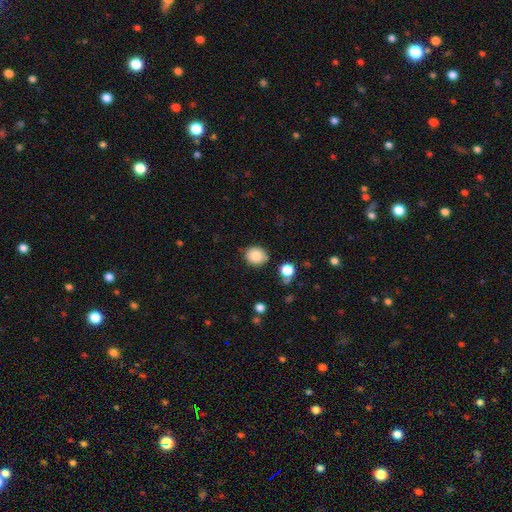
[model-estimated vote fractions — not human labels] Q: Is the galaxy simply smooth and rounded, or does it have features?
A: smooth — 86%.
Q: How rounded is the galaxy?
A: round — 78%.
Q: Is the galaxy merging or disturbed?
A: none — 79%.